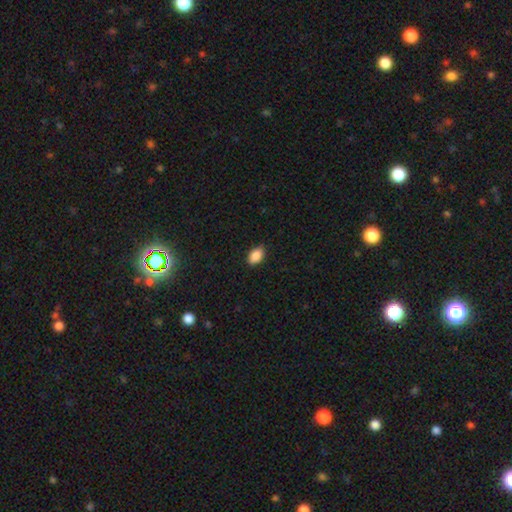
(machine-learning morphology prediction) A smooth galaxy with no disk features (88%) that is in between round and cigar-shaped (88%). Merging: none (85%).